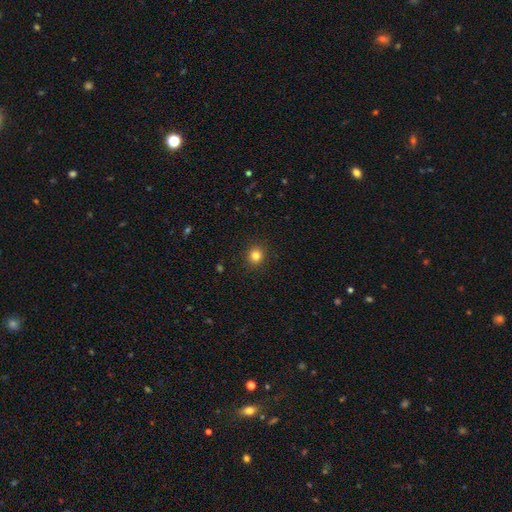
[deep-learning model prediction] Morphology: type=smooth (82%); roundness=round (89%); merging=none (92%).